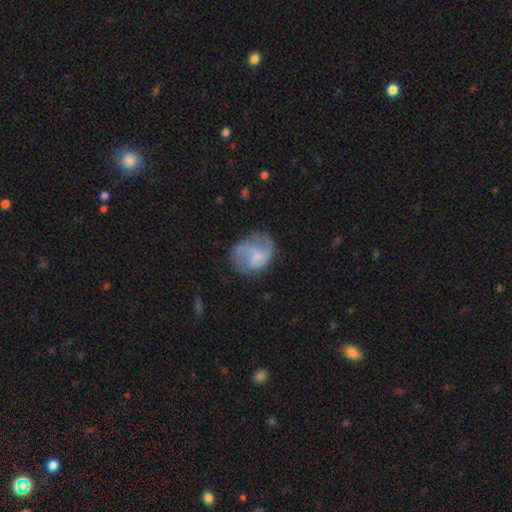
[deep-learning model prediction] The model was most divided on "smooth or featured": smooth: 48%, featured or disk: 44%, star or artifact: 9%. Remaining: merging — none (43%).